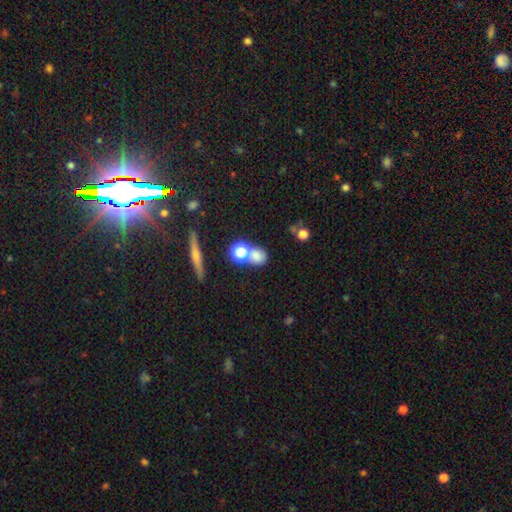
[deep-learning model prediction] Q: Smooth or featured?
A: smooth (72%); runner-up: star or artifact (16%)
Q: How rounded?
A: round (70%); runner-up: in between (26%)
Q: Merging?
A: none (47%); runner-up: merger (39%)